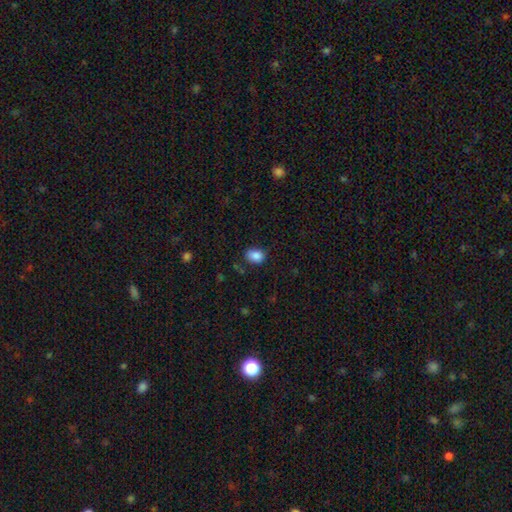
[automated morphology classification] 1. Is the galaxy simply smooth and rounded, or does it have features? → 87% smooth, 9% star or artifact, 4% featured or disk.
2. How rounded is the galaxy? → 67% in between, 32% round, 1% cigar-shaped.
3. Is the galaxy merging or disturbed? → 74% none, 20% minor disturbance, 4% major disturbance, 2% merger.